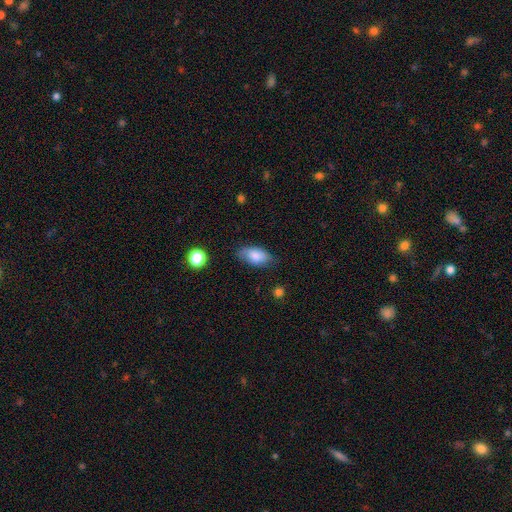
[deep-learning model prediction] Smooth or featured?
  - smooth: 82% *
  - featured or disk: 10%
  - star or artifact: 7%
How rounded?
  - in between: 92% *
  - round: 4%
  - cigar-shaped: 4%
Merging?
  - none: 72% *
  - minor disturbance: 22%
  - major disturbance: 5%
  - merger: 2%